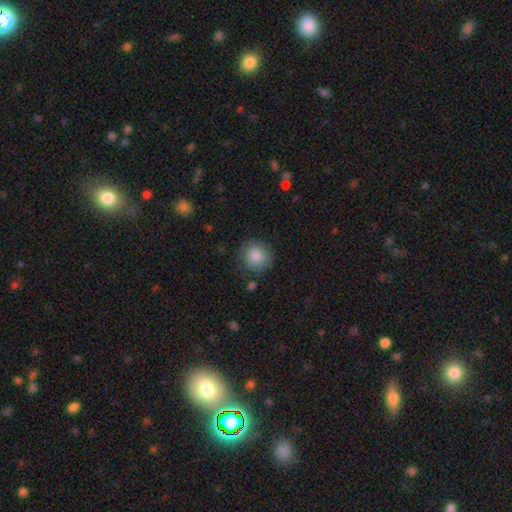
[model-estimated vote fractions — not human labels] Smooth or featured: smooth — 85% (star or artifact — 8%)
How rounded: round — 89% (in between — 10%)
Merging: none — 81% (minor disturbance — 13%)